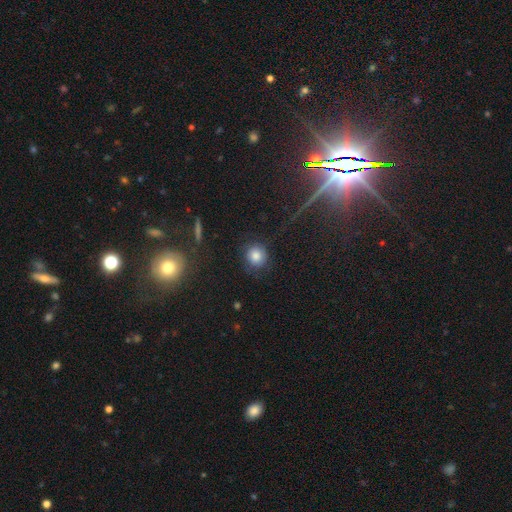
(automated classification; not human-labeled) Overall: smooth (80%). How rounded: round (88%). Merging: none (79%).